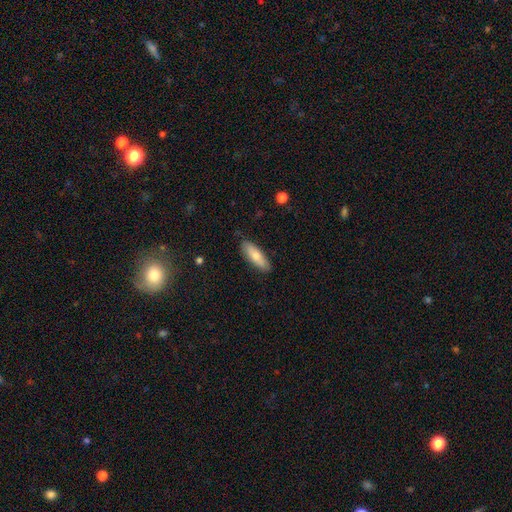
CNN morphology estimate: Smooth or featured? smooth (74%)
How rounded? in between (53%)
Merging? none (86%)